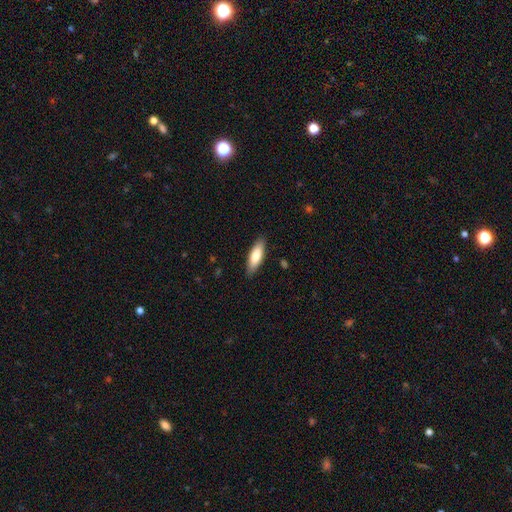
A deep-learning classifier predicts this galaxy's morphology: Overall: smooth (77%). How rounded: in between (56%; cigar-shaped 43%). Merging: none (87%).